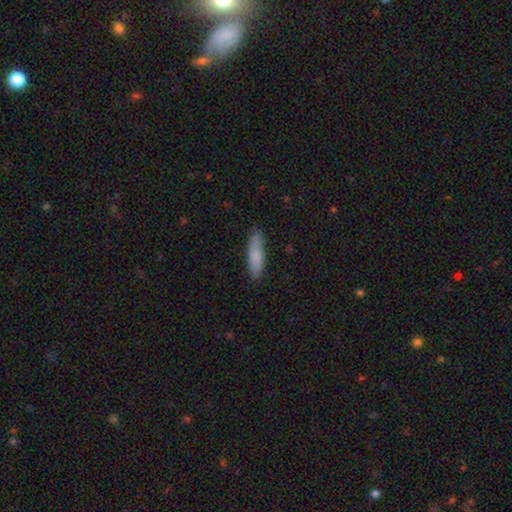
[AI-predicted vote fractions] A smooth galaxy with no disk features (83%) that is cigar-shaped (66%). Merging: none (85%).